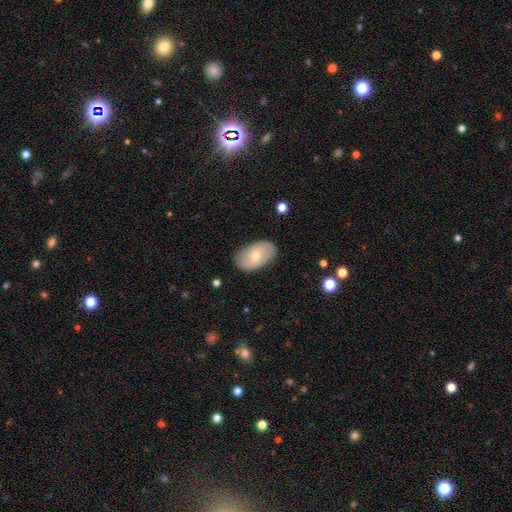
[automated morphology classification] This appears to be a smooth galaxy with no disk features (62%) that is in between round and cigar-shaped (93%). Merging: none (83%).